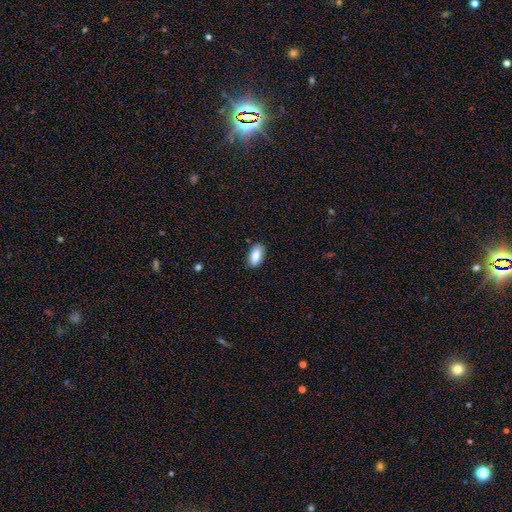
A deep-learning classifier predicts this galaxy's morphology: Smooth or featured? Predicted: smooth (p=0.86). How rounded? Predicted: in between (p=0.90). Merging? Predicted: none (p=0.86).